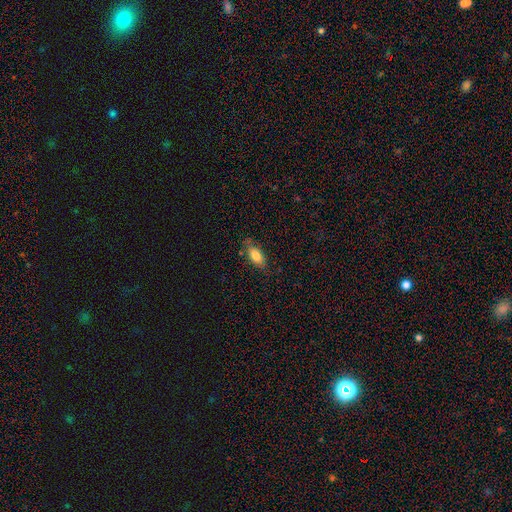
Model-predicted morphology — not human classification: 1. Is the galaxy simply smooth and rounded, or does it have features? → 80% smooth, 13% featured or disk, 7% star or artifact.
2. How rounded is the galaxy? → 85% in between, 12% cigar-shaped, 3% round.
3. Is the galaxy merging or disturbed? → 75% none, 19% minor disturbance, 4% major disturbance, 2% merger.